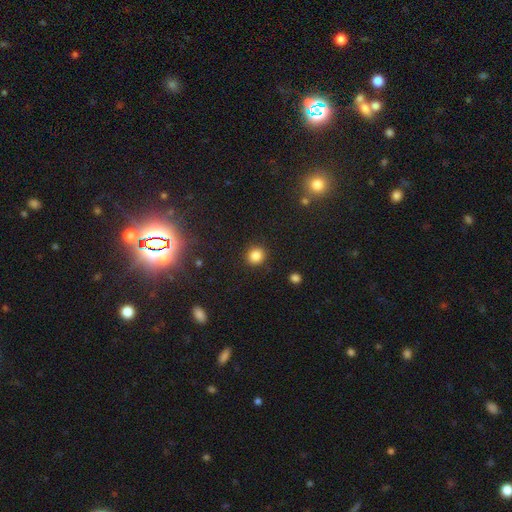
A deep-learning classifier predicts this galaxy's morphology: The model was most divided on "how rounded": round: 85%, in between: 14%, cigar-shaped: 1%. More confident: merging — none (90%); smooth or featured — smooth (84%).